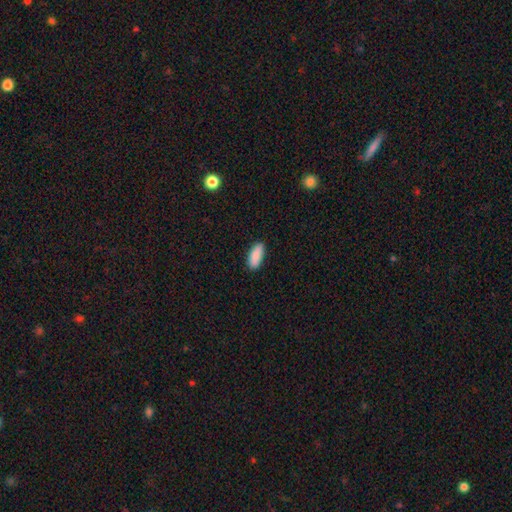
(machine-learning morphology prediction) This appears to be a smooth galaxy with no disk features (90%) that is in between round and cigar-shaped (81%). Merging: none (88%).